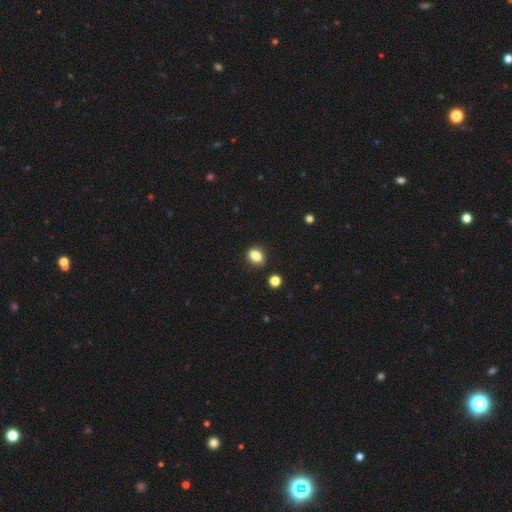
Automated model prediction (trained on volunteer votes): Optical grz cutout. It shows a smooth galaxy with no disk features (84%) that is in between round and cigar-shaped (73%). Merging: none (82%).